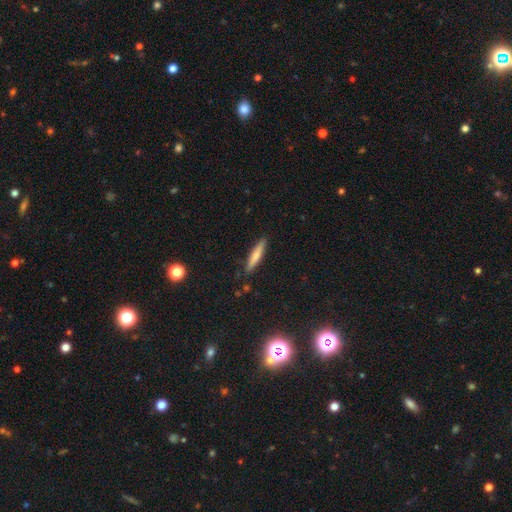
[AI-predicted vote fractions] smooth 69%, featured or disk 25%, star or artifact 7%. Down the decision tree: how rounded — cigar-shaped (89%); merging — none (88%).